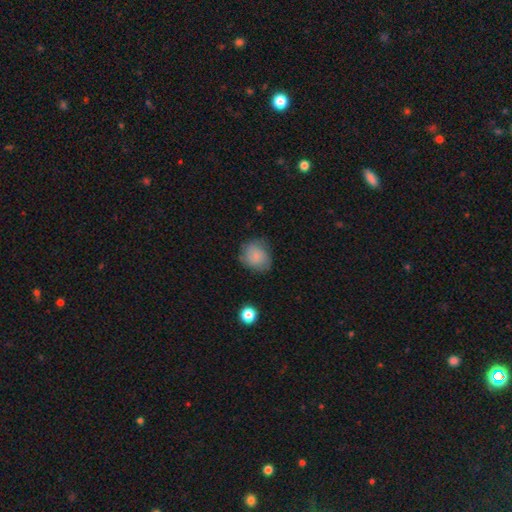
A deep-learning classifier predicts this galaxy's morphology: smooth 76%, featured or disk 16%, star or artifact 8%. Down the decision tree: how rounded — round (71%); merging — none (69%).